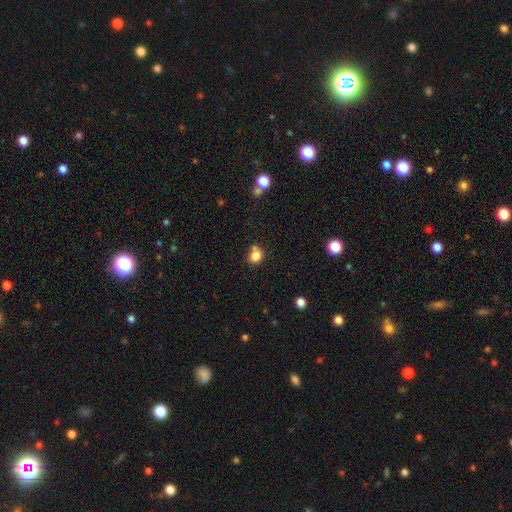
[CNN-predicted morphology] Smooth or featured? Predicted: smooth (p=0.81). How rounded? Predicted: round (p=0.64). Merging? Predicted: none (p=0.57).